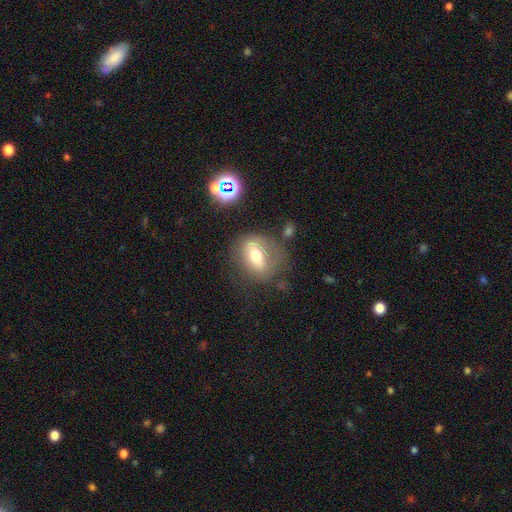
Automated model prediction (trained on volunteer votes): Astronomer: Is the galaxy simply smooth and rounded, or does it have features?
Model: featured or disk — 45% (runner-up: smooth, 44%).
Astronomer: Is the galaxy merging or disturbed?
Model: none — 61%.